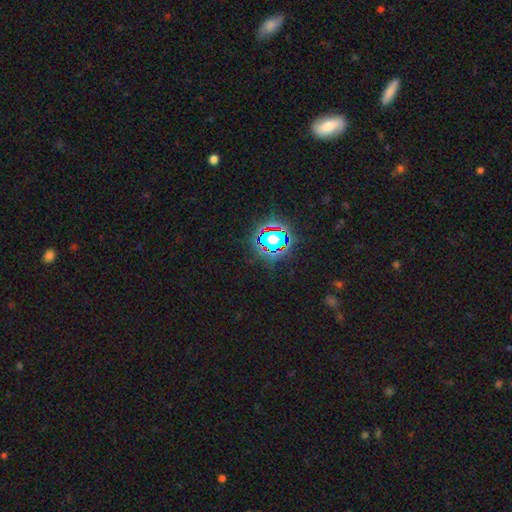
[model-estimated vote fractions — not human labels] star or artifact 78%, smooth 14%, featured or disk 8%.